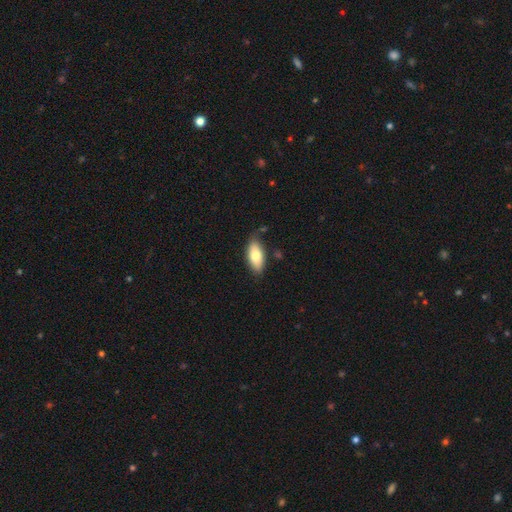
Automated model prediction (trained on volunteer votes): Smooth or featured? smooth (74%)
How rounded? in between (86%)
Merging? none (80%)